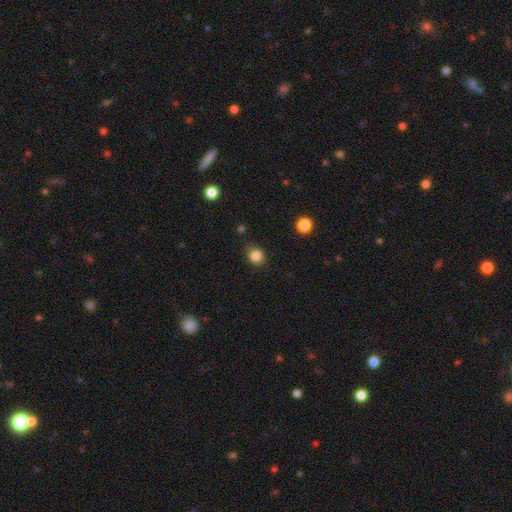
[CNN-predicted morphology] Smooth or featured?
  - smooth: 84% *
  - star or artifact: 11%
  - featured or disk: 5%
How rounded?
  - round: 68% *
  - in between: 31%
  - cigar-shaped: 1%
Merging?
  - none: 83% *
  - minor disturbance: 12%
  - major disturbance: 3%
  - merger: 2%